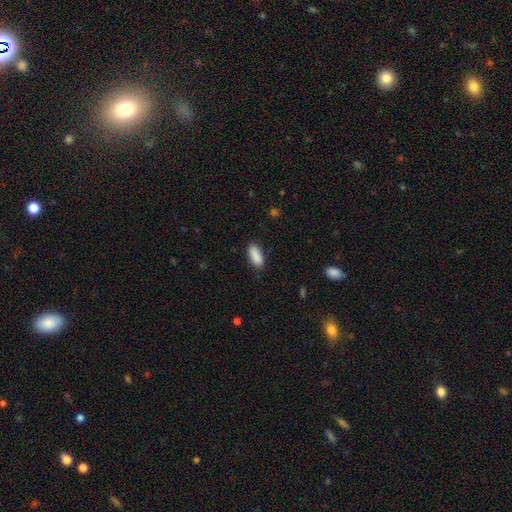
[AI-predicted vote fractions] Smooth or featured? Predicted: smooth (p=0.90). How rounded? Predicted: in between (p=0.78). Merging? Predicted: none (p=0.85).